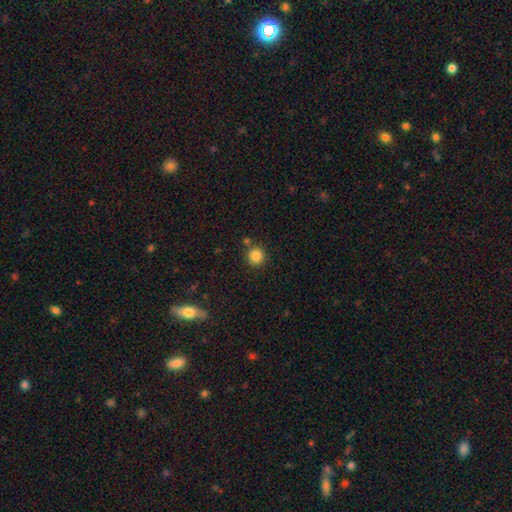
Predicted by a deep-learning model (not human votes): smooth 85%, star or artifact 11%, featured or disk 4%. Down the decision tree: how rounded — round (94%); merging — none (81%).